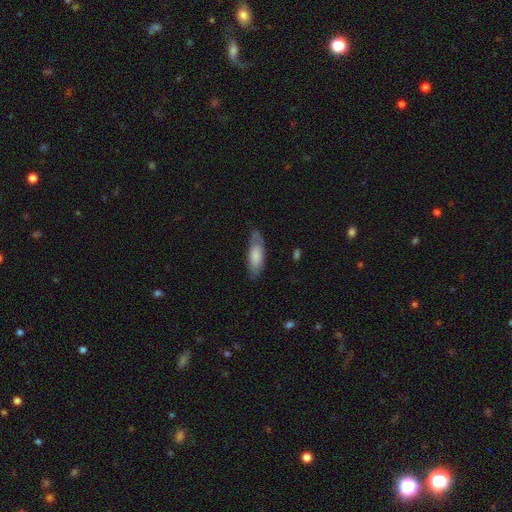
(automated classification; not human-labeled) smooth-or-featured: smooth: 74% | featured or disk: 20% | star or artifact: 6%
  how-rounded: in between: 65% | cigar-shaped: 34% | round: 2%
  merging: none: 67% | minor disturbance: 25% | major disturbance: 7% | merger: 2%